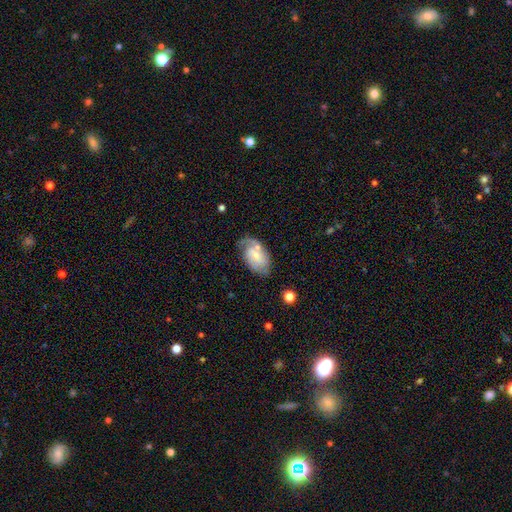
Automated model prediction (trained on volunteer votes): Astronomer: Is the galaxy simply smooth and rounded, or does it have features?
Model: featured or disk — 63%.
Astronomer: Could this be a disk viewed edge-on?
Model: no — 96%.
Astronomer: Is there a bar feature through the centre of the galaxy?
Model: weak — 45% (runner-up: no, 43%).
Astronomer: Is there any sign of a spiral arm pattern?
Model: yes — 87%.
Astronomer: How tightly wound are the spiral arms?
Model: medium — 43% (runner-up: tight, 35%).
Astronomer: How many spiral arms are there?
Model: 2 — 51%.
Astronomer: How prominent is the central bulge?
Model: small — 57%.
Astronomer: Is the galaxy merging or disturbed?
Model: none — 55%.